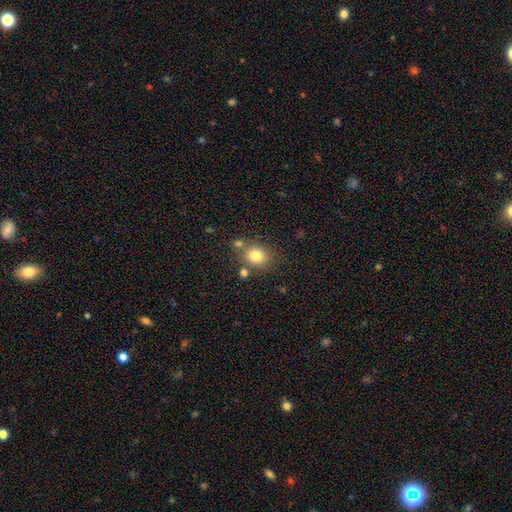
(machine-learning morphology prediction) A smooth galaxy with no disk features (81%) that is round (61%). Merging: none (69%).